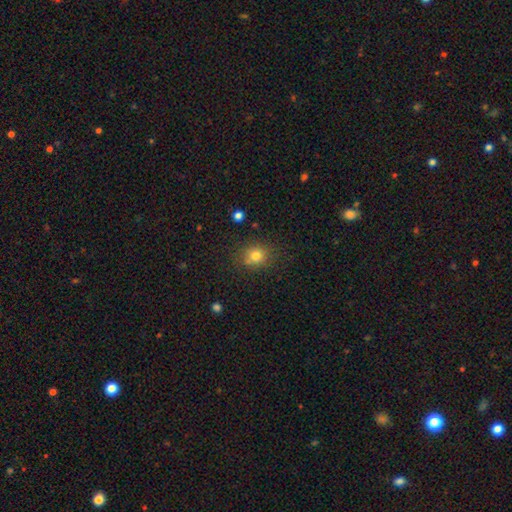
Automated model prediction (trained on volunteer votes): Smooth or featured: smooth — 78% (star or artifact — 14%)
How rounded: round — 71% (in between — 28%)
Merging: none — 81% (minor disturbance — 12%)